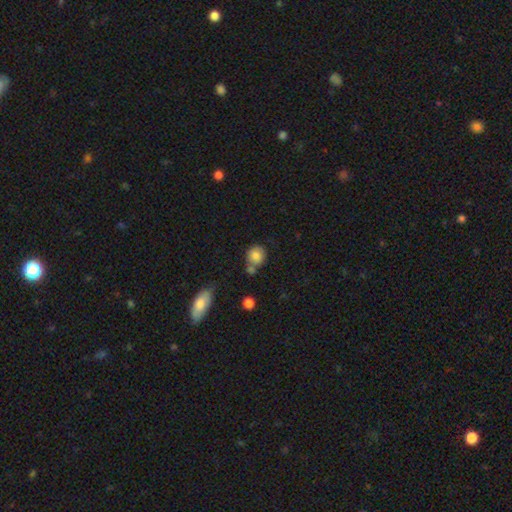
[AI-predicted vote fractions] smooth 80%, featured or disk 10%, star or artifact 10%. Down the decision tree: how rounded — round (83%); merging — none (57%).